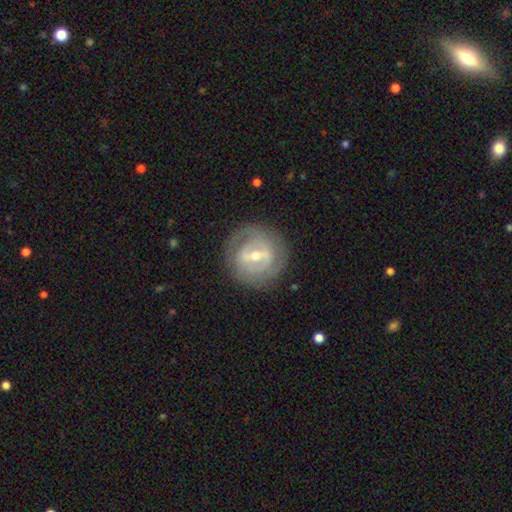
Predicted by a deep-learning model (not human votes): This is likely a featured or disk galaxy (75%). It is clearly not viewed edge-on (95%). Bar: marginally weak (43%). Spiral arm pattern: likely yes (64%). Central bulge: possibly moderate (48%, tied with small). Merging: likely none (79%).